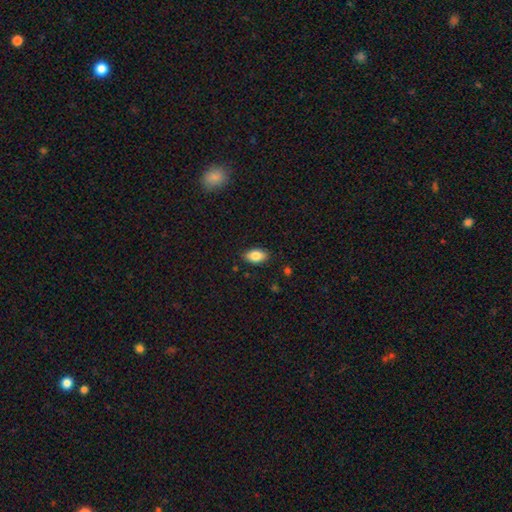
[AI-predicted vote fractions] Morphology: type=smooth (84%); roundness=in between (92%); merging=none (86%).